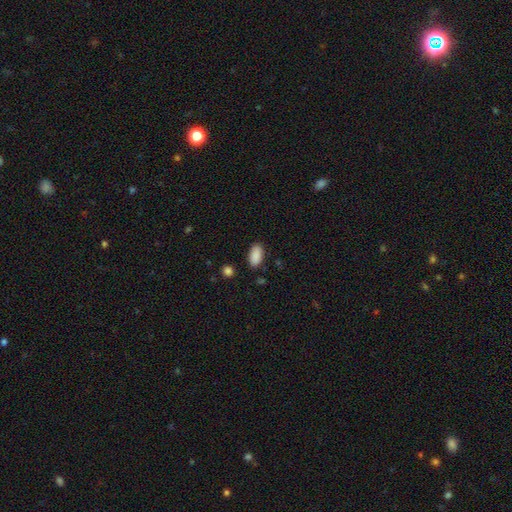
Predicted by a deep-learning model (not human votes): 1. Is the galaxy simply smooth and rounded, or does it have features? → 90% smooth, 7% star or artifact, 3% featured or disk.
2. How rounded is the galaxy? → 94% in between, 3% cigar-shaped, 3% round.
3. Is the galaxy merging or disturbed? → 86% none, 10% minor disturbance, 2% major disturbance, 2% merger.